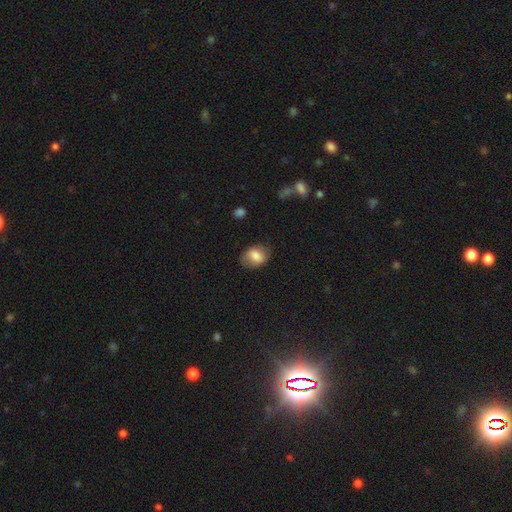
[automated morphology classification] Overall: smooth (75%). How rounded: in between (69%). Merging: none (72%).